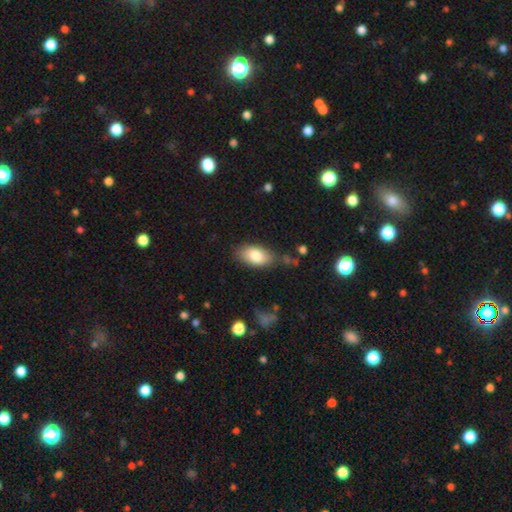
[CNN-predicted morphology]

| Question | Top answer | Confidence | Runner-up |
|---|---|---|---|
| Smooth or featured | smooth | 82% | featured or disk (11%) |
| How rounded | in between | 93% | round (4%) |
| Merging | none | 77% | minor disturbance (16%) |